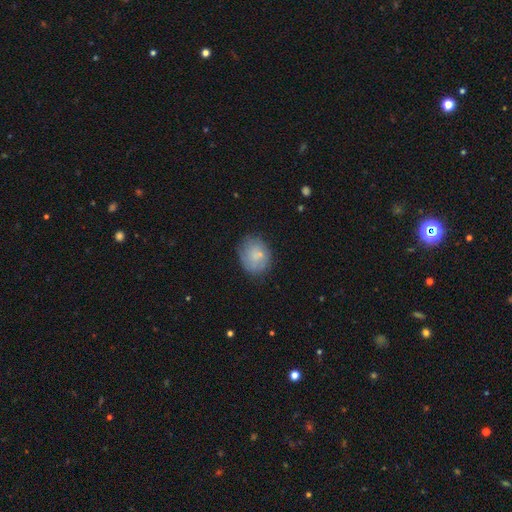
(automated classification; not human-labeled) smooth 69%, featured or disk 23%, star or artifact 8%. Down the decision tree: how rounded — in between (50%); merging — none (66%).